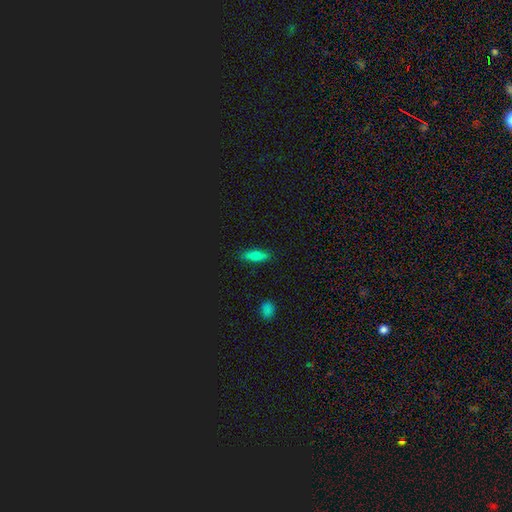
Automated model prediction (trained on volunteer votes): This is likely a smooth galaxy (72%). How rounded: possibly in between (57%). Merging: clearly none (86%).